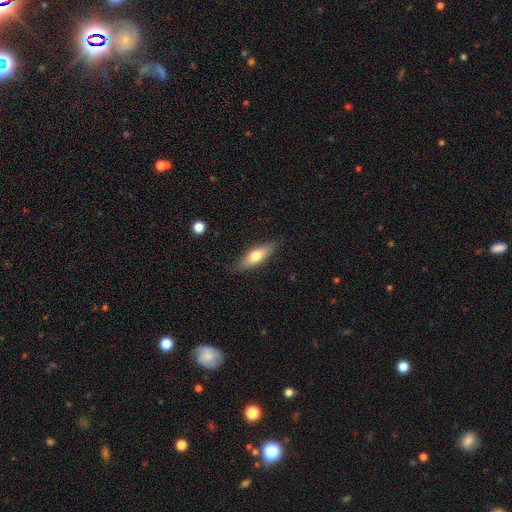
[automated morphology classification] Smooth or featured?
  - smooth: 63% *
  - featured or disk: 31%
  - star or artifact: 6%
How rounded?
  - cigar-shaped: 49% *
  - in between: 48%
  - round: 3%
Merging?
  - none: 82% *
  - minor disturbance: 14%
  - major disturbance: 3%
  - merger: 1%